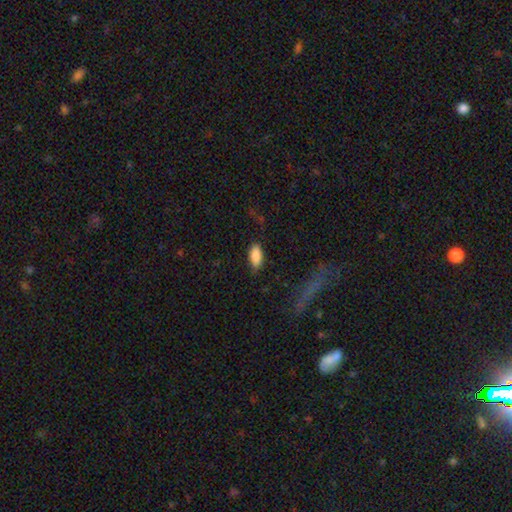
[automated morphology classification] Overall: smooth (86%). How rounded: in between (87%). Merging: none (78%).